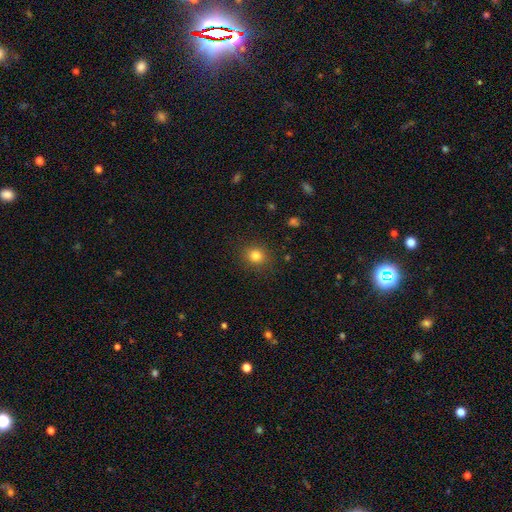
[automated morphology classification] A smooth galaxy with no disk features (82%) that is round (79%).

Vote fractions:
- Smooth or featured? smooth: 82% / star or artifact: 13% / featured or disk: 6%
- How rounded? round: 79% / in between: 20% / cigar-shaped: 1%
- Merging? none: 88% / minor disturbance: 8% / major disturbance: 3% / merger: 1%